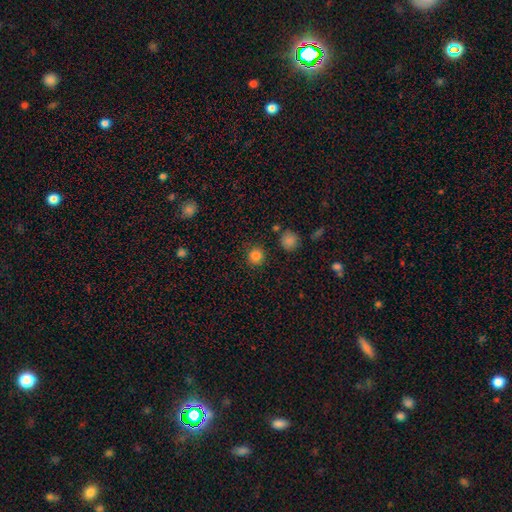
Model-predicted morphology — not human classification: smooth_or_featured: smooth (p=0.84) [alt: star or artifact p=0.12]
how_rounded: round (p=0.93) [alt: in between p=0.06]
merging: none (p=0.89) [alt: minor disturbance p=0.06]